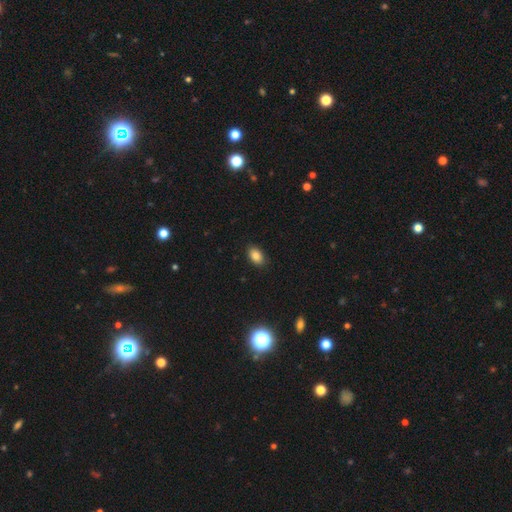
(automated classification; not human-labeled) Overall: smooth (85%). How rounded: in between (87%). Merging: none (88%).